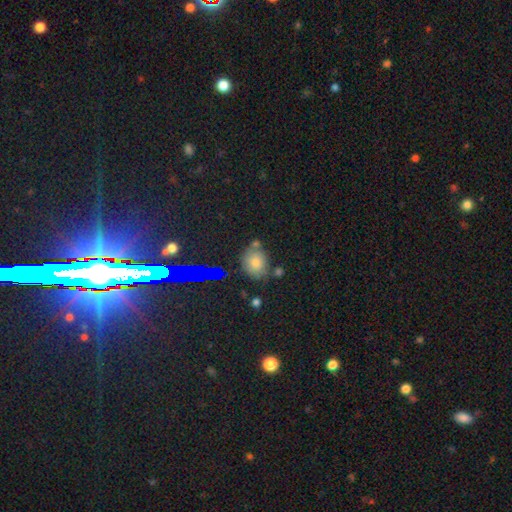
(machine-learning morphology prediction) type=smooth (70%); roundness=in between (57%); merging=none (71%).